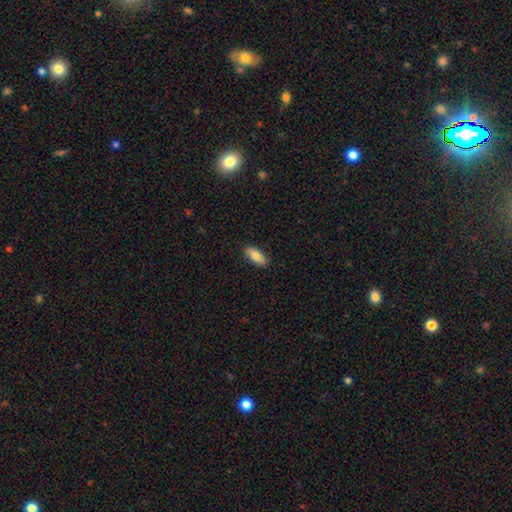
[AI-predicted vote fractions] smooth 81%, featured or disk 13%, star or artifact 6%. Down the decision tree: how rounded — in between (84%); merging — none (87%).